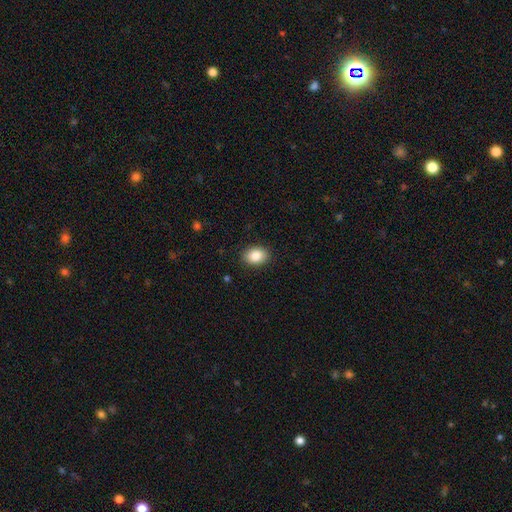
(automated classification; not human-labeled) A smooth galaxy with no disk features (87%) that is in between round and cigar-shaped (74%).

Vote fractions:
- Smooth or featured? smooth: 87% / star or artifact: 8% / featured or disk: 6%
- How rounded? in between: 74% / round: 25% / cigar-shaped: 1%
- Merging? none: 89% / minor disturbance: 8% / major disturbance: 2% / merger: 1%